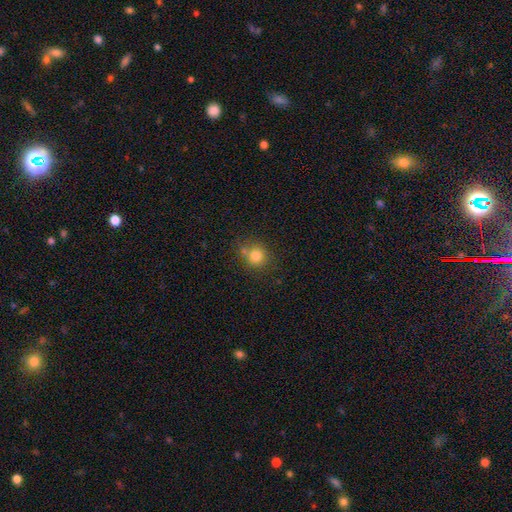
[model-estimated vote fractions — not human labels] A smooth galaxy with no disk features (79%) that is round (85%). Merging: none (66%).